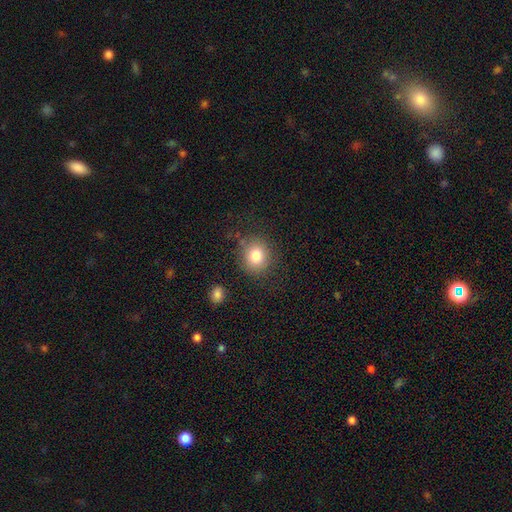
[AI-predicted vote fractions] A smooth galaxy with no disk features (80%) that is round (82%). Merging: none (82%).